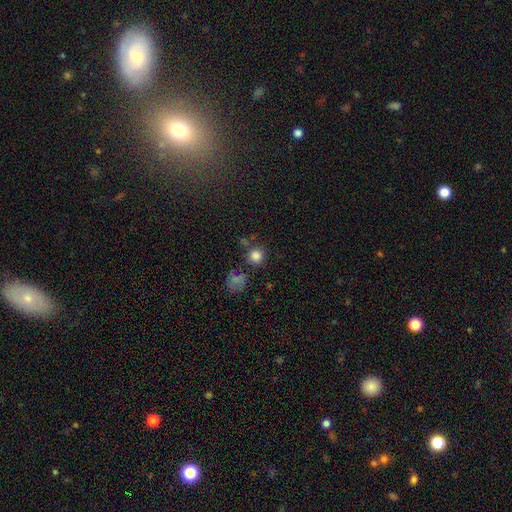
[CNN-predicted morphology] Smooth or featured?
  - smooth: 81% *
  - star or artifact: 14%
  - featured or disk: 5%
How rounded?
  - round: 92% *
  - in between: 7%
  - cigar-shaped: 1%
Merging?
  - none: 76% *
  - minor disturbance: 10%
  - merger: 9%
  - major disturbance: 4%